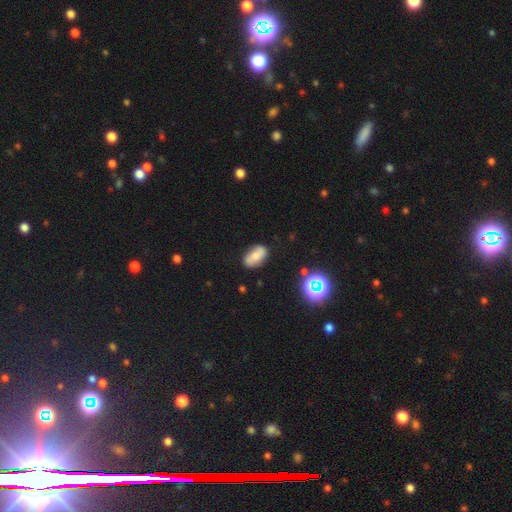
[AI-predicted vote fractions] Smooth or featured? smooth (61%)
How rounded? in between (90%)
Merging? none (79%)